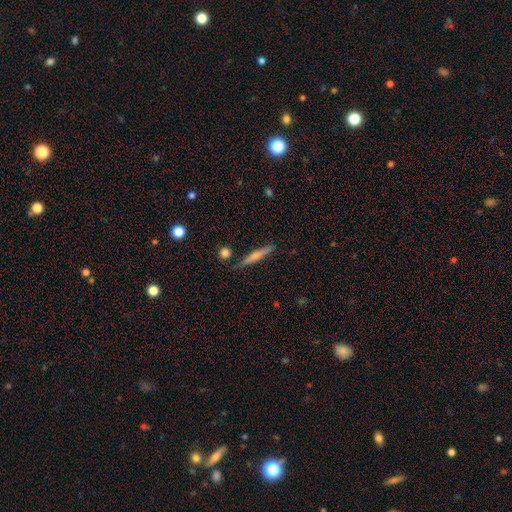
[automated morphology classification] Overall: smooth (53%; featured or disk 40%). How rounded: cigar-shaped (92%). Merging: none (82%).